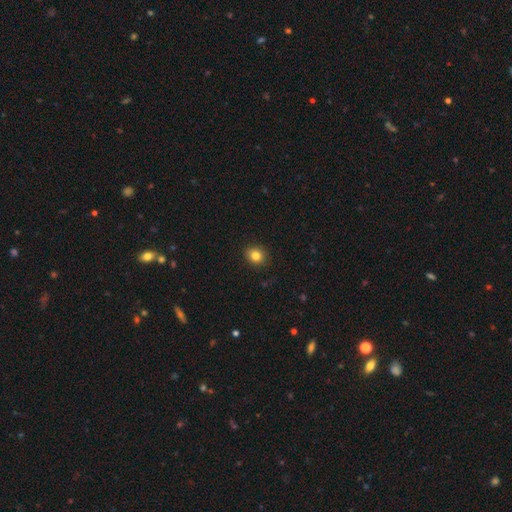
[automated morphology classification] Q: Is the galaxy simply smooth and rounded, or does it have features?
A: smooth — 82%.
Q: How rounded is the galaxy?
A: round — 72%.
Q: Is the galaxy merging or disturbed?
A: none — 90%.